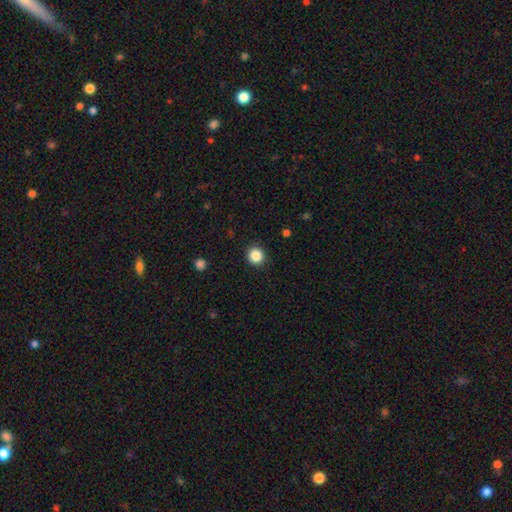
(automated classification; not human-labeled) This is clearly a smooth galaxy (86%). How rounded: clearly round (93%). Merging: clearly none (92%).